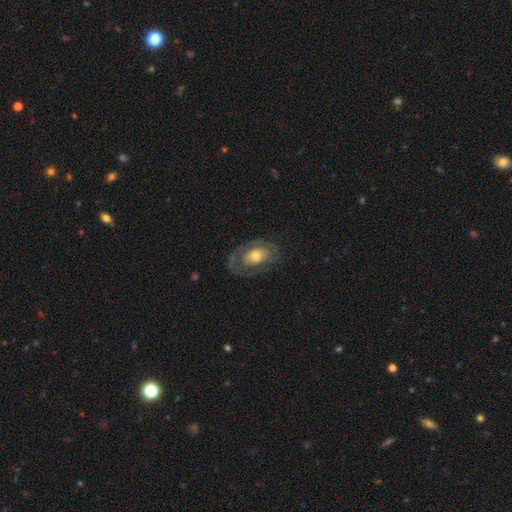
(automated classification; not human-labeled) The model was most divided on "spiral arms": no: 57%, yes: 43%. More confident: edge-on disk — no (93%); bar — no (81%); merging — none (62%); bulge size — moderate (59%); smooth or featured — featured or disk (55%).